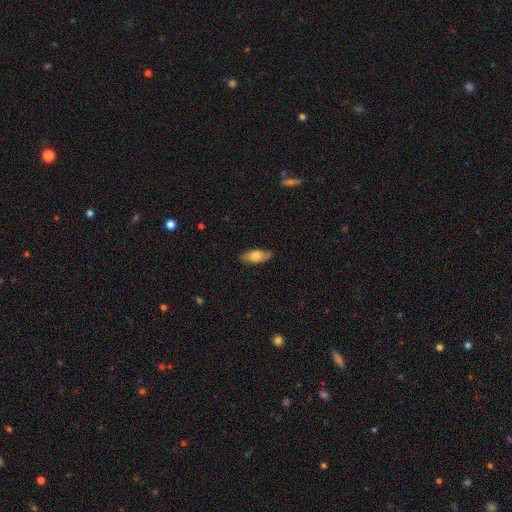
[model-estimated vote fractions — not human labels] A smooth galaxy with no disk features (70%) that is in between round and cigar-shaped (83%).

Vote fractions:
- Smooth or featured? smooth: 70% / featured or disk: 24% / star or artifact: 6%
- How rounded? in between: 83% / cigar-shaped: 14% / round: 3%
- Merging? none: 83% / minor disturbance: 13% / major disturbance: 2% / merger: 1%